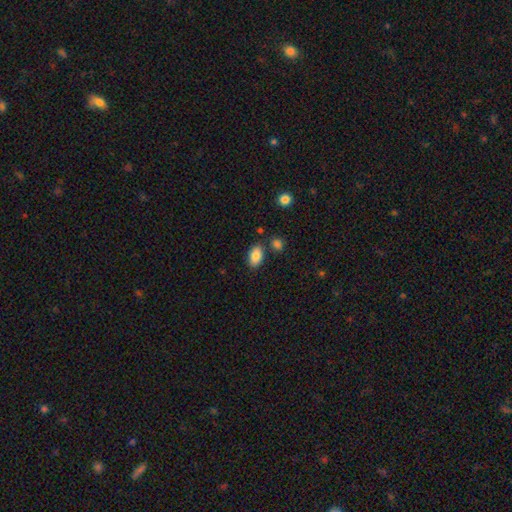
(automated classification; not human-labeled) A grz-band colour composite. It shows a smooth galaxy with no disk features (87%) that is in between round and cigar-shaped (92%). Merging: none (78%).